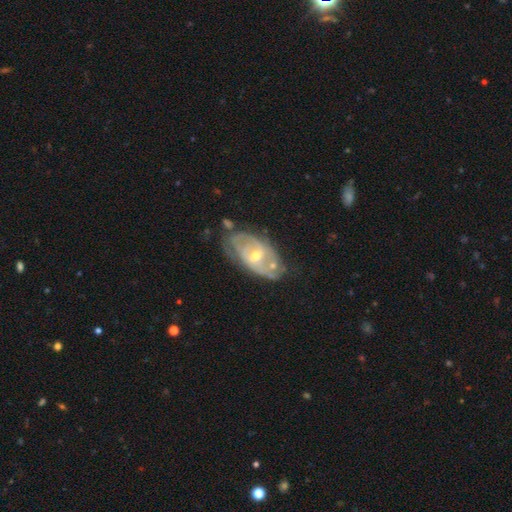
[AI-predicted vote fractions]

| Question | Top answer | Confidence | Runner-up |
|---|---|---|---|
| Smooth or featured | featured or disk | 79% | smooth (15%) |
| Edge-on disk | no | 94% | yes (6%) |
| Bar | no | 51% | weak (39%) |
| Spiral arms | yes | 80% | no (20%) |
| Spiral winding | tight | 56% | medium (32%) |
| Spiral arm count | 2 | 41% | can't tell (40%) |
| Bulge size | small | 49% | moderate (48%) |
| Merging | none | 52% | minor disturbance (27%) |